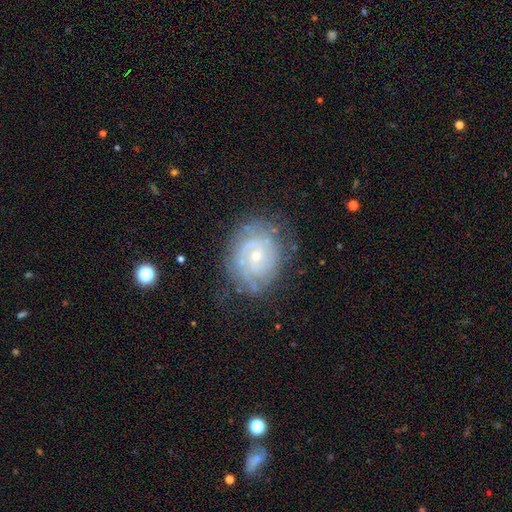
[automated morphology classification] A featured or disk galaxy (78%) with no bar (67%), tight (69%) spiral arms (89%) and a small central bulge (67%).

Vote fractions:
- Smooth or featured? featured or disk: 78% / smooth: 15% / star or artifact: 8%
- Edge-on disk? no: 97% / yes: 3%
- Bar? no: 67% / weak: 28% / strong: 5%
- Spiral arms? yes: 89% / no: 11%
- Spiral winding? tight: 69% / medium: 24% / loose: 6%
- Spiral arm count? can't tell: 40% / 2: 34% / 3: 12% / 4: 6% / 1: 5% / more than 4: 4%
- Bulge size? small: 67% / moderate: 28% / none: 2% / large: 1% / dominant: 1%
- Merging? none: 74% / minor disturbance: 18% / major disturbance: 7% / merger: 2%